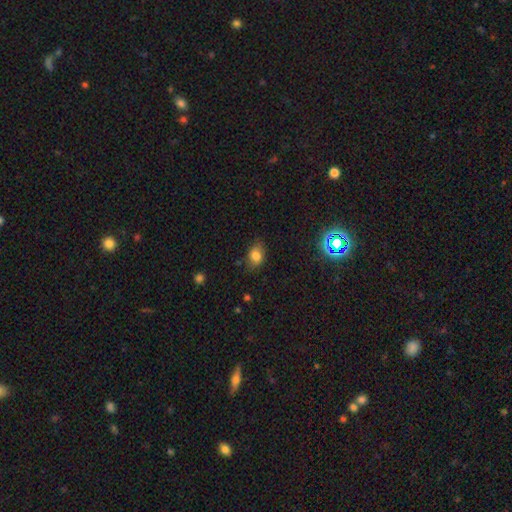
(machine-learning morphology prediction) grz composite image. It shows a smooth galaxy with no disk features (79%) that is in between round and cigar-shaped (71%). Merging: none (66%).